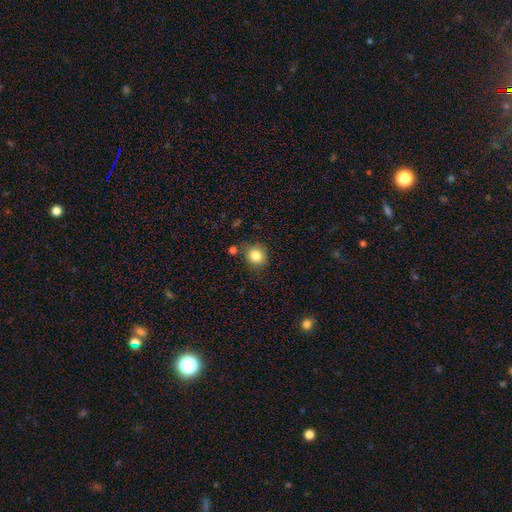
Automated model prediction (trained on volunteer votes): smooth_or_featured: smooth (p=0.84) [alt: star or artifact p=0.10]
how_rounded: round (p=0.81) [alt: in between p=0.18]
merging: none (p=0.80) [alt: minor disturbance p=0.12]